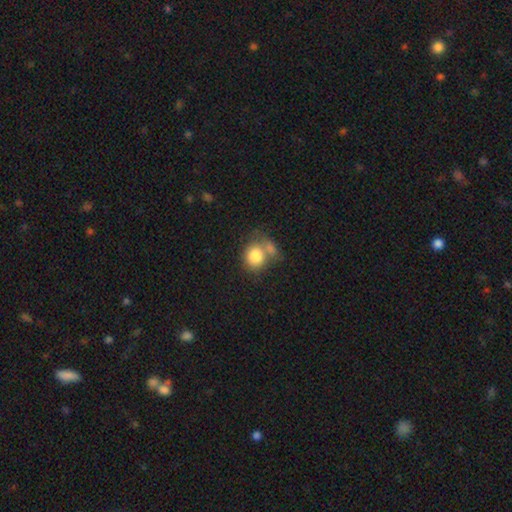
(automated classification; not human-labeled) A smooth galaxy with no disk features (82%) that is round (73%).

Vote fractions:
- Smooth or featured? smooth: 82% / featured or disk: 10% / star or artifact: 8%
- How rounded? round: 73% / in between: 26% / cigar-shaped: 1%
- Merging? merger: 42% / none: 38% / minor disturbance: 14% / major disturbance: 7%